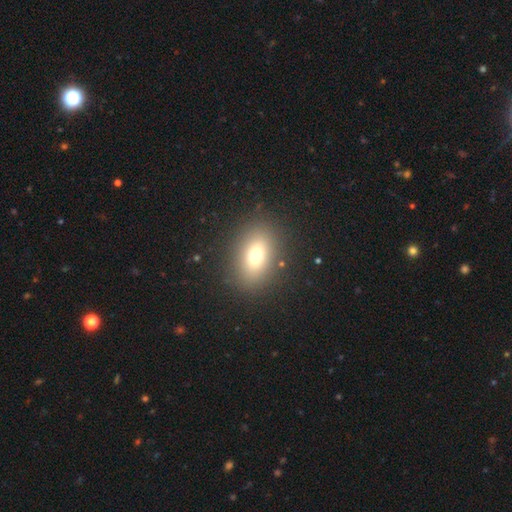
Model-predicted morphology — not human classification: A smooth galaxy with no disk features (71%) that is in between round and cigar-shaped (74%).

Vote fractions:
- Smooth or featured? smooth: 71% / featured or disk: 15% / star or artifact: 14%
- How rounded? in between: 74% / round: 24% / cigar-shaped: 2%
- Merging? none: 86% / minor disturbance: 8% / major disturbance: 4% / merger: 1%